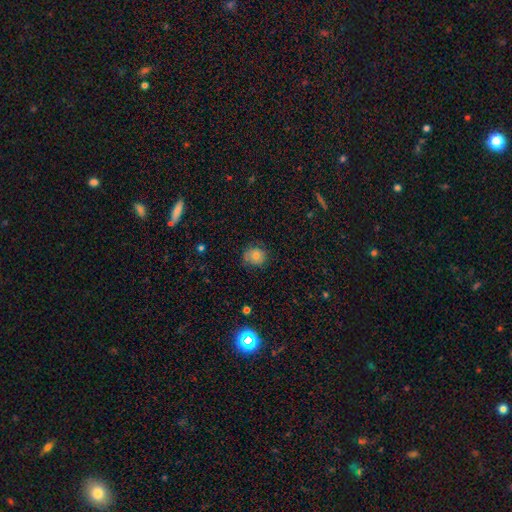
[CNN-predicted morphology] Smooth or featured: smooth — 75% (featured or disk — 14%)
How rounded: round — 79% (in between — 20%)
Merging: none — 68% (minor disturbance — 24%)